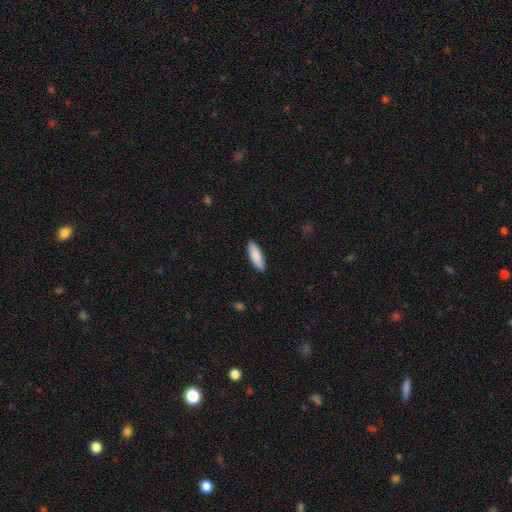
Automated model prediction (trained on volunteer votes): Q: Smooth or featured?
A: smooth (89%); runner-up: featured or disk (6%)
Q: How rounded?
A: in between (59%); runner-up: cigar-shaped (39%)
Q: Merging?
A: none (88%); runner-up: minor disturbance (9%)